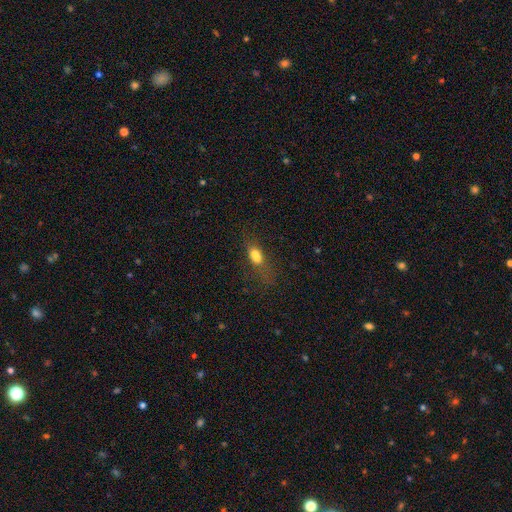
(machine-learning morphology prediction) type=smooth (74%); roundness=in between (72%); merging=none (54%).